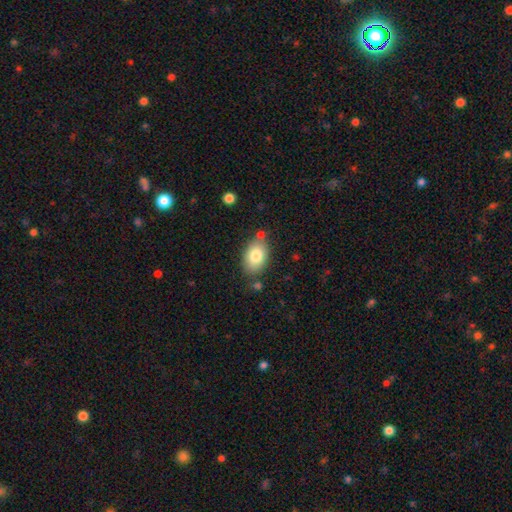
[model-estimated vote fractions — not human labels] A smooth galaxy with no disk features (81%) that is in between round and cigar-shaped (88%).

Vote fractions:
- Smooth or featured? smooth: 81% / featured or disk: 12% / star or artifact: 7%
- How rounded? in between: 88% / round: 11% / cigar-shaped: 1%
- Merging? none: 75% / minor disturbance: 15% / merger: 6% / major disturbance: 4%